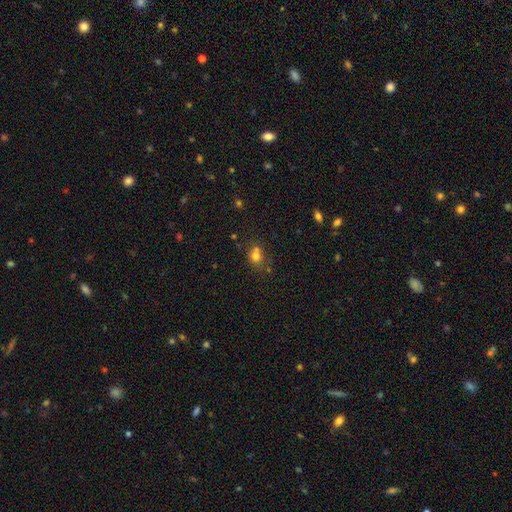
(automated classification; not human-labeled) Smooth or featured? smooth (73%)
How rounded? round (70%)
Merging? none (49%)